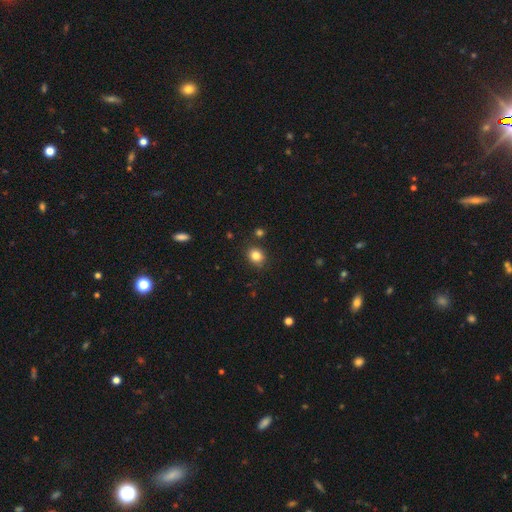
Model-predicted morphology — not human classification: Smooth or featured? Predicted: smooth (p=0.83). How rounded? Predicted: round (p=0.67). Merging? Predicted: none (p=0.85).